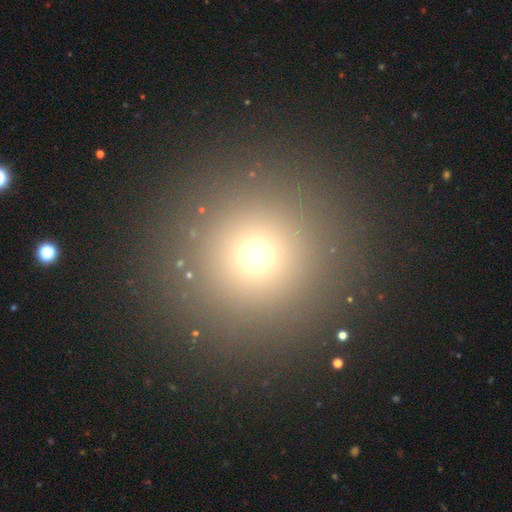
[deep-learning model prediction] The model was most divided on "smooth or featured": smooth: 69%, star or artifact: 23%, featured or disk: 8%. More confident: how rounded — round (94%); merging — none (89%).